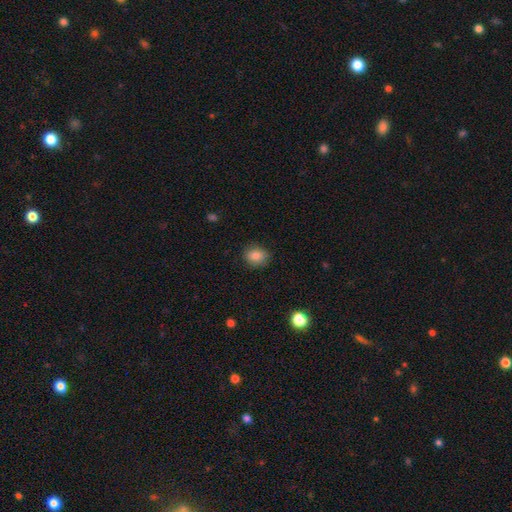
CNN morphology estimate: Q: Smooth or featured?
A: smooth (82%); runner-up: star or artifact (10%)
Q: How rounded?
A: round (58%); runner-up: in between (41%)
Q: Merging?
A: none (86%); runner-up: minor disturbance (10%)